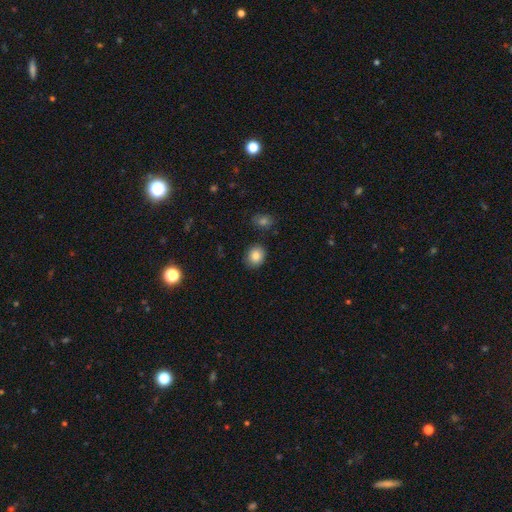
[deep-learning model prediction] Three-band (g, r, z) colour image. It shows a smooth galaxy with no disk features (84%) that is round (62%). Merging: none (87%).